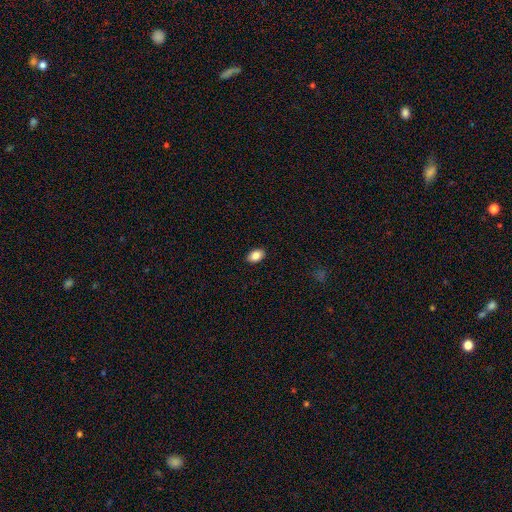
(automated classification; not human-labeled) smooth_or_featured: smooth (p=0.86) [alt: star or artifact p=0.08]
how_rounded: in between (p=0.86) [alt: round p=0.13]
merging: none (p=0.90) [alt: minor disturbance p=0.07]